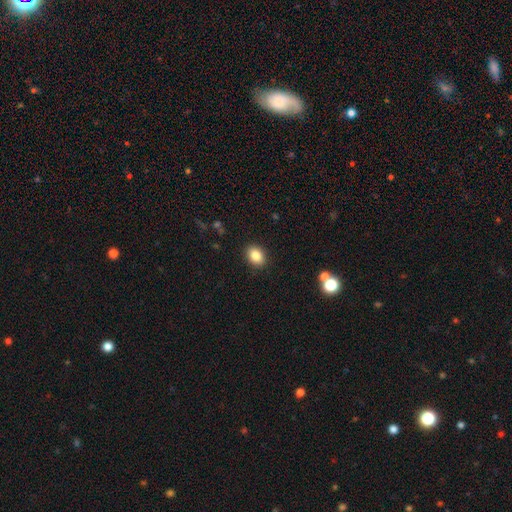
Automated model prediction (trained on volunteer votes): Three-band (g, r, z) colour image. It shows a smooth galaxy with no disk features (85%) that is in between round and cigar-shaped (69%). Merging: none (89%).